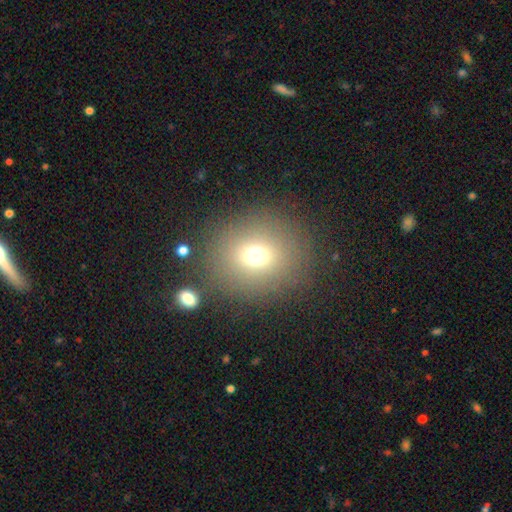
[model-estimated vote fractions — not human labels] This appears to be a smooth galaxy with no disk features (69%) that is round (74%). Merging: none (79%).